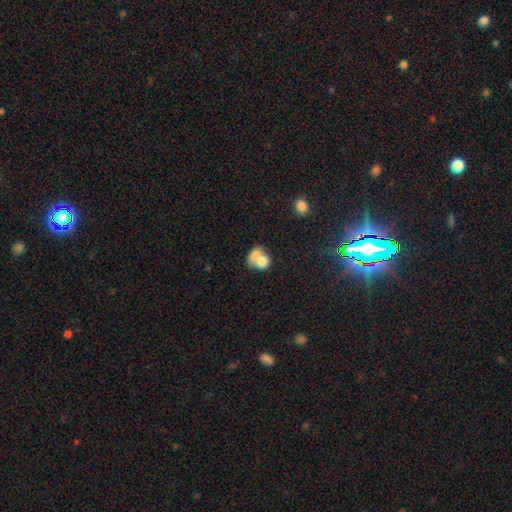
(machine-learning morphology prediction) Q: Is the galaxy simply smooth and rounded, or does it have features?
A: smooth — 71%.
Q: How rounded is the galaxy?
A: round — 51%.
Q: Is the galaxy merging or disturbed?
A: merger — 72%.